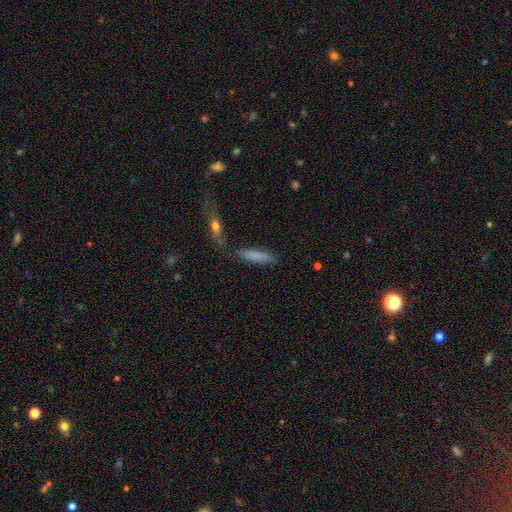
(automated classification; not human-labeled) Overall: smooth (78%). How rounded: cigar-shaped (77%). Merging: none (76%).